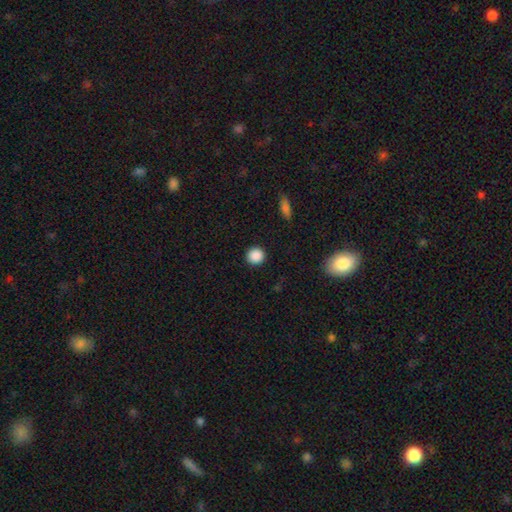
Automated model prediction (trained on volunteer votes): The model was most divided on "smooth or featured": smooth: 88%, star or artifact: 9%, featured or disk: 3%. More confident: how rounded — round (94%); merging — none (92%).